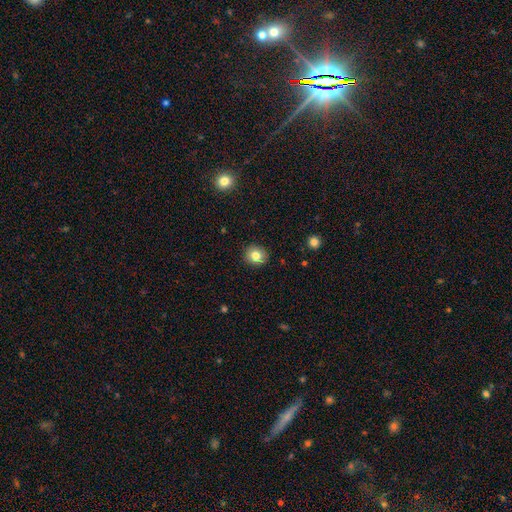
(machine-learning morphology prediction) This appears to be a smooth galaxy with no disk features (80%) that is round (81%). Merging: none (90%).